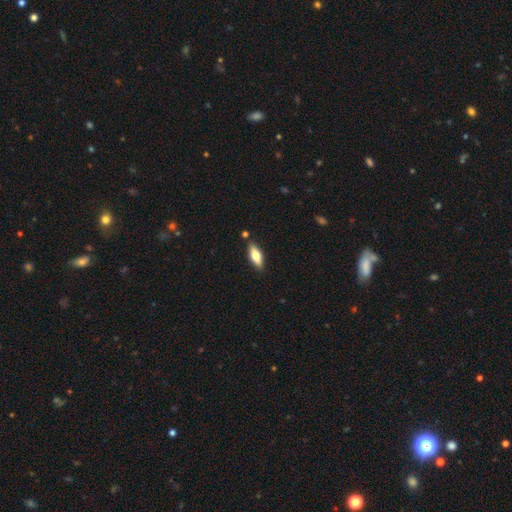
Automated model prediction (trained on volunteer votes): A smooth galaxy with no disk features (63%) that is in between round and cigar-shaped (67%).

Vote fractions:
- Smooth or featured? smooth: 63% / featured or disk: 31% / star or artifact: 6%
- How rounded? in between: 67% / cigar-shaped: 31% / round: 2%
- Merging? none: 85% / minor disturbance: 10% / merger: 3% / major disturbance: 2%